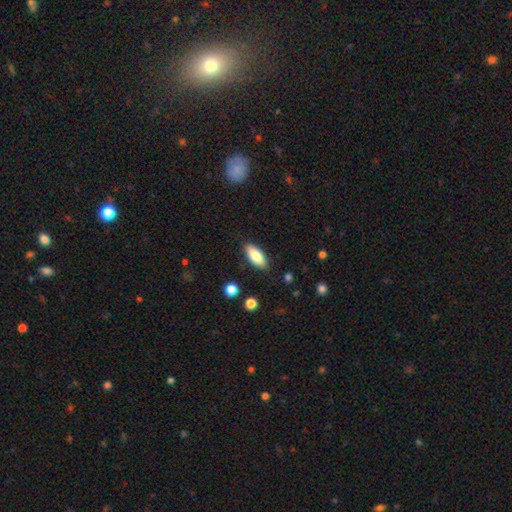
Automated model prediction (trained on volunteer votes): Smooth or featured: smooth — 83% (featured or disk — 11%)
How rounded: in between — 83% (cigar-shaped — 15%)
Merging: none — 86% (minor disturbance — 10%)